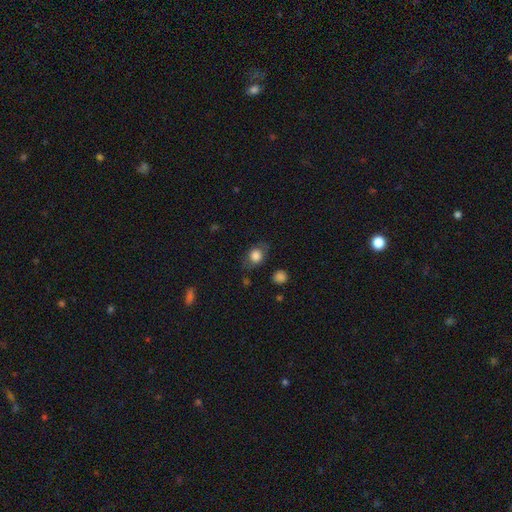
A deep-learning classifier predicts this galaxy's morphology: Overall: smooth (76%). How rounded: in between (56%; round 43%). Merging: none (71%).